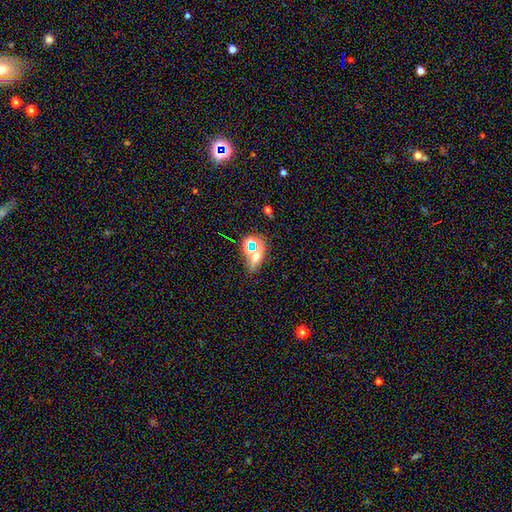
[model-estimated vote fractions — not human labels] Morphology: type=smooth (44%); merging=none (60%).